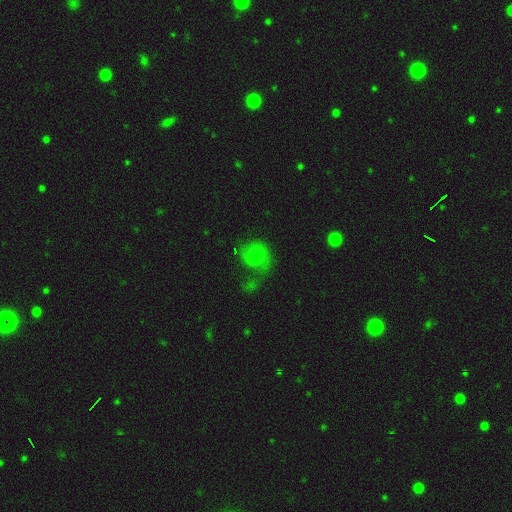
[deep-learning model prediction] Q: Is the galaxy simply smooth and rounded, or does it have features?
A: smooth — 48%.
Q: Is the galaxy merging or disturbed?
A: major disturbance — 36%.